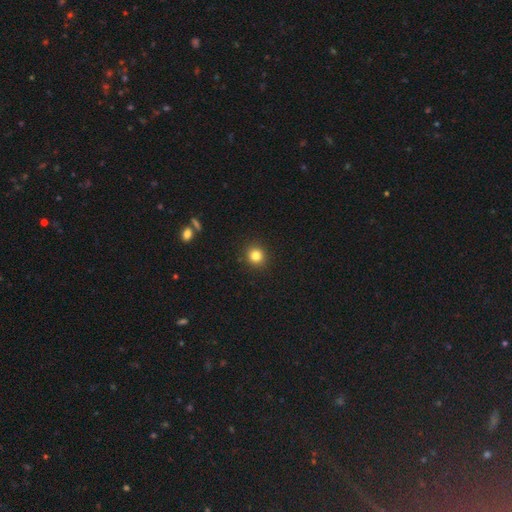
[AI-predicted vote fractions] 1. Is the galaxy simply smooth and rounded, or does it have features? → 82% smooth, 12% star or artifact, 5% featured or disk.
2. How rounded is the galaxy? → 89% round, 11% in between, 1% cigar-shaped.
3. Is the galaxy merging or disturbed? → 91% none, 6% minor disturbance, 2% major disturbance, 1% merger.